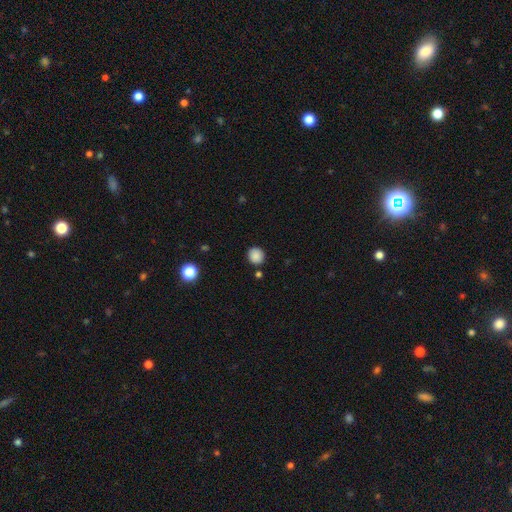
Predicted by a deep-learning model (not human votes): Smooth or featured? smooth (87%)
How rounded? round (89%)
Merging? none (86%)